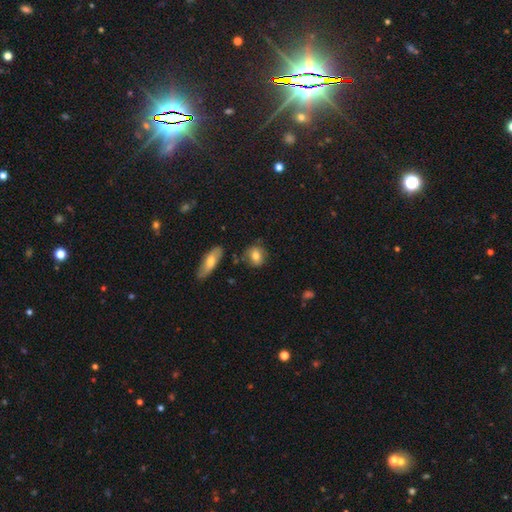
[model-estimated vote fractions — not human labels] smooth_or_featured: smooth (p=0.77) [alt: featured or disk p=0.15]
how_rounded: round (p=0.62) [alt: in between p=0.35]
merging: none (p=0.74) [alt: minor disturbance p=0.17]